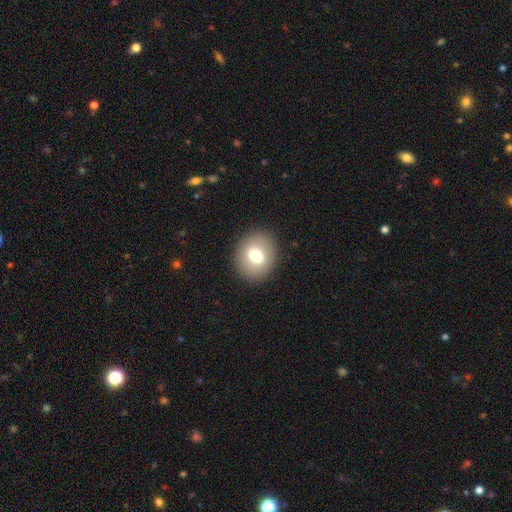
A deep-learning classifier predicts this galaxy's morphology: smooth_or_featured: smooth (p=0.71) [alt: featured or disk p=0.20]
how_rounded: round (p=0.64) [alt: in between p=0.35]
merging: none (p=0.89) [alt: minor disturbance p=0.07]